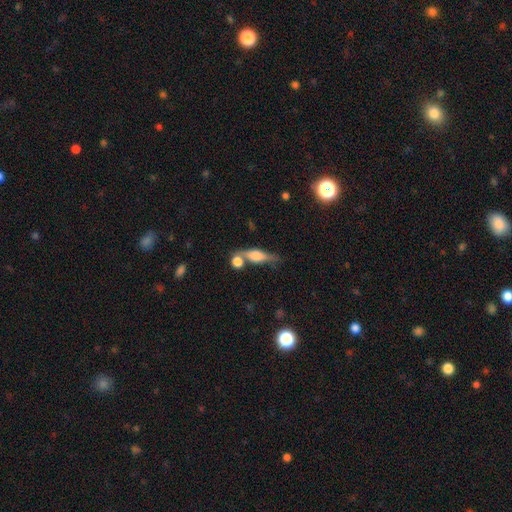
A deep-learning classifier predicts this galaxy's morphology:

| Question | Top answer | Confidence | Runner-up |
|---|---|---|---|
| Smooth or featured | smooth | 53% | featured or disk (38%) |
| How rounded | in between | 48% | cigar-shaped (44%) |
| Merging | none | 48% | merger (27%) |